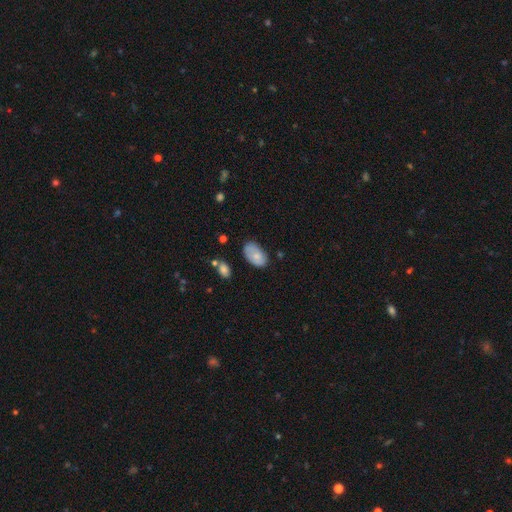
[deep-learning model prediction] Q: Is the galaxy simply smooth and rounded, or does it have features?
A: smooth — 74%.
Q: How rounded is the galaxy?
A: in between — 93%.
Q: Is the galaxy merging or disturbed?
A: none — 62%.